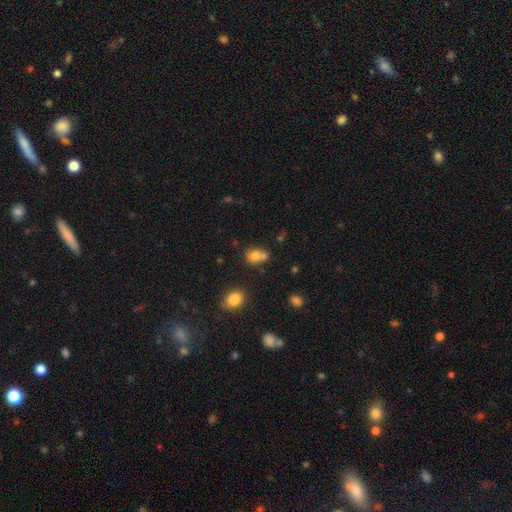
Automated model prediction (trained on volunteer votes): smooth-or-featured: smooth: 75% | featured or disk: 14% | star or artifact: 12%
  how-rounded: round: 61% | in between: 38% | cigar-shaped: 1%
  merging: merger: 45% | none: 39% | minor disturbance: 12% | major disturbance: 4%